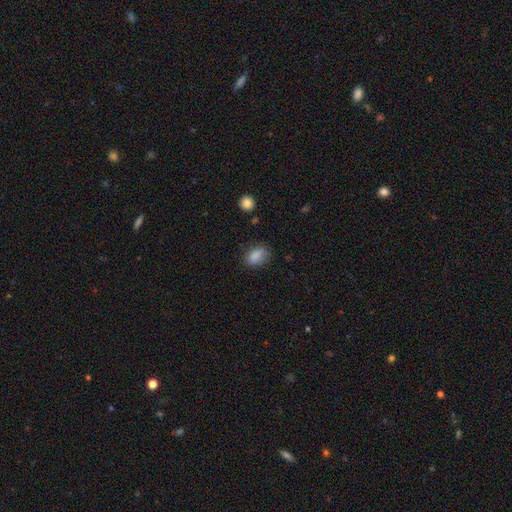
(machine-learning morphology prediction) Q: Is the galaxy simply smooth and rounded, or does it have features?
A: smooth — 87%.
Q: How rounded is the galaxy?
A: in between — 82%.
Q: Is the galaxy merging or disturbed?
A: none — 75%.